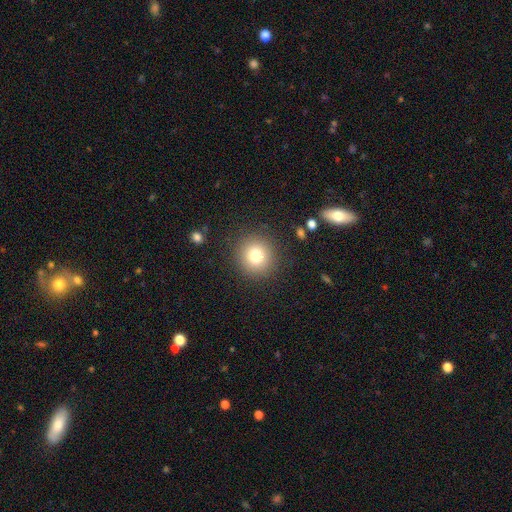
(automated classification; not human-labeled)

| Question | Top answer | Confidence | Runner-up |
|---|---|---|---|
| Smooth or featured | smooth | 78% | star or artifact (13%) |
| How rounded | round | 93% | in between (6%) |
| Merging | none | 89% | minor disturbance (7%) |